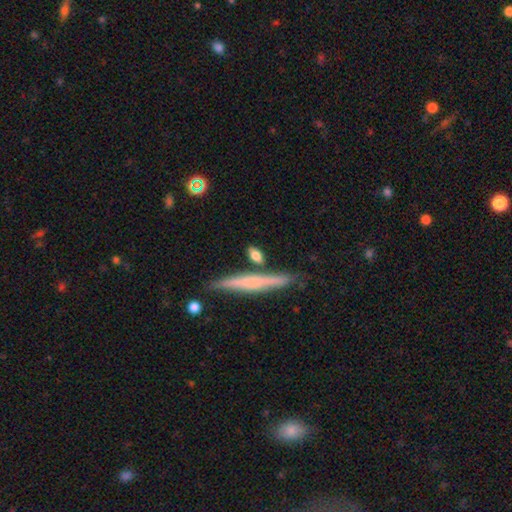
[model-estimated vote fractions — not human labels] smooth-or-featured: smooth: 72% | featured or disk: 21% | star or artifact: 6%
  how-rounded: in between: 50% | cigar-shaped: 42% | round: 8%
  merging: none: 73% | minor disturbance: 14% | merger: 10% | major disturbance: 4%